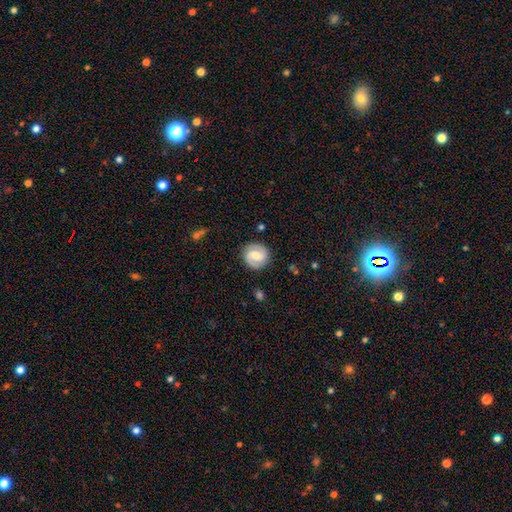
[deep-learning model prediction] smooth_or_featured: featured or disk (p=0.75) [alt: smooth p=0.20]
disk_edge_on: no (p=0.98) [alt: yes p=0.02]
bar: weak (p=0.51) [alt: no p=0.29]
has_spiral_arms: yes (p=0.94) [alt: no p=0.06]
spiral_winding: medium (p=0.45) [alt: tight p=0.41]
spiral_arm_count: 2 (p=0.91) [alt: can't tell p=0.04]
bulge_size: moderate (p=0.57) [alt: small p=0.31]
merging: none (p=0.86) [alt: minor disturbance p=0.10]